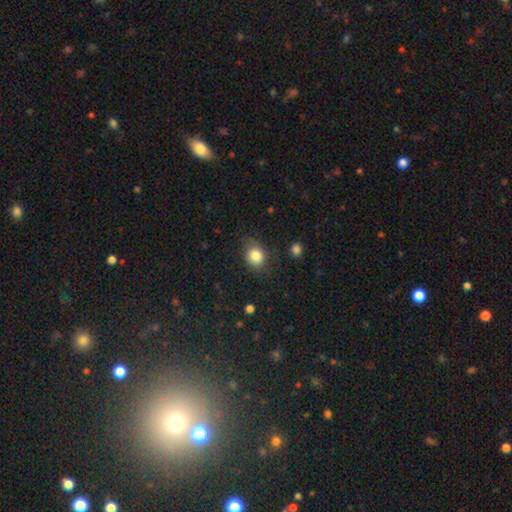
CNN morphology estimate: Q: Smooth or featured?
A: smooth (83%); runner-up: star or artifact (10%)
Q: How rounded?
A: round (54%); runner-up: in between (45%)
Q: Merging?
A: none (72%); runner-up: minor disturbance (20%)